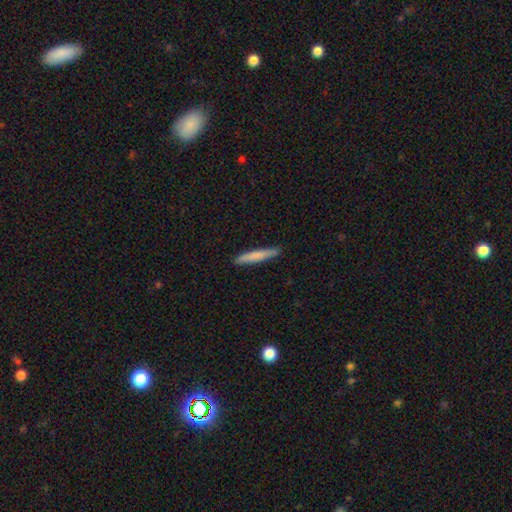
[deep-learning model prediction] A smooth galaxy with no disk features (75%) that is cigar-shaped (94%).

Vote fractions:
- Smooth or featured? smooth: 75% / featured or disk: 19% / star or artifact: 5%
- How rounded? cigar-shaped: 94% / in between: 4% / round: 1%
- Merging? none: 90% / minor disturbance: 7% / major disturbance: 1% / merger: 1%